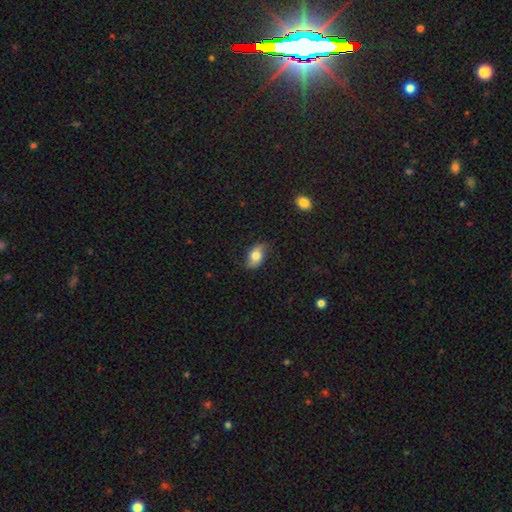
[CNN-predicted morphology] A smooth galaxy with no disk features (68%) that is in between round and cigar-shaped (88%). Merging: none (73%).